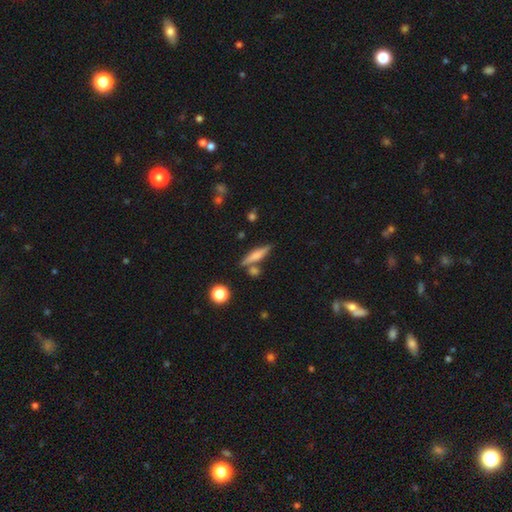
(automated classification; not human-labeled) The model was most divided on "smooth or featured": smooth: 58%, featured or disk: 34%, star or artifact: 8%. More confident: how rounded — cigar-shaped (80%); merging — none (73%).